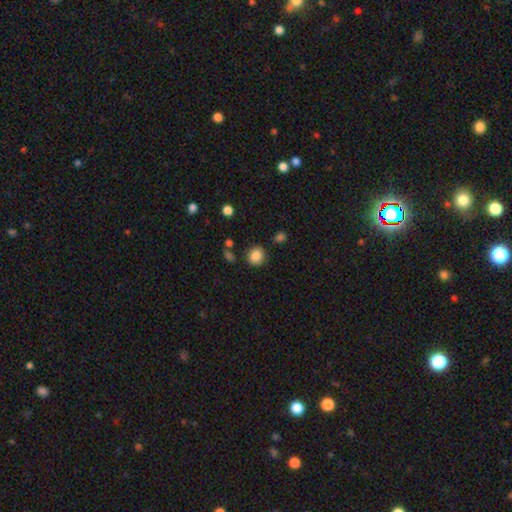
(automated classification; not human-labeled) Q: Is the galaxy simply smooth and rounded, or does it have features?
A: smooth — 86%.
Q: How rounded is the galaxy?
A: round — 80%.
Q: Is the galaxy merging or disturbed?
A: none — 82%.